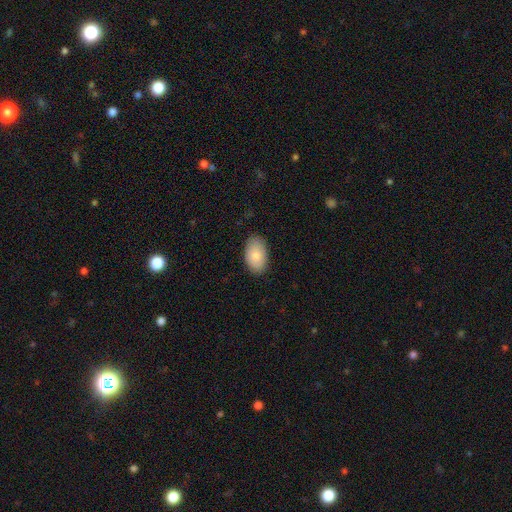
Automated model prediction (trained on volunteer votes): Q: Smooth or featured?
A: smooth (83%); runner-up: featured or disk (11%)
Q: How rounded?
A: in between (93%); runner-up: round (6%)
Q: Merging?
A: none (85%); runner-up: minor disturbance (12%)